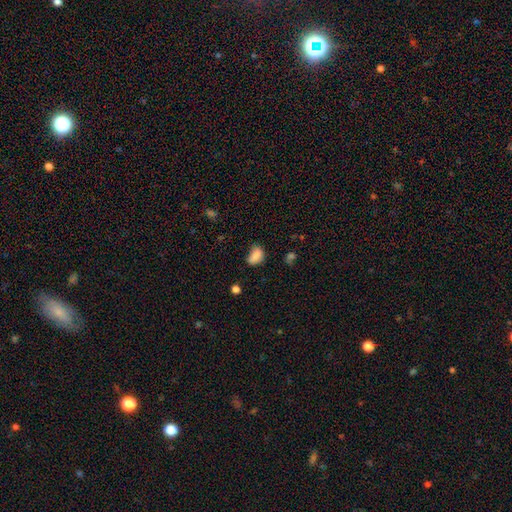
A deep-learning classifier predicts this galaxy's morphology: type=smooth (83%); roundness=in between (83%); merging=none (51%).